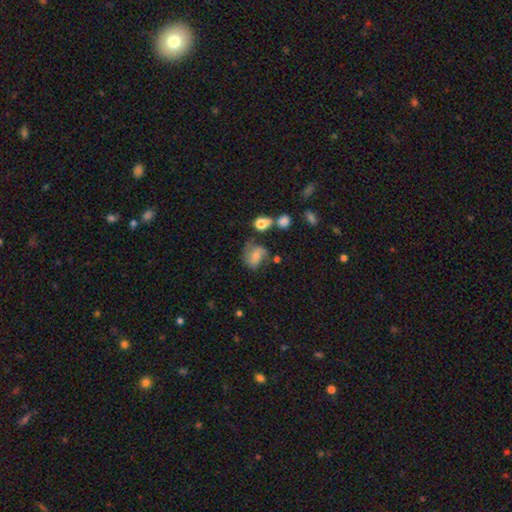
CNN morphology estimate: Smooth or featured: featured or disk — 47% (smooth — 42%)
Merging: none — 48% (minor disturbance — 25%)